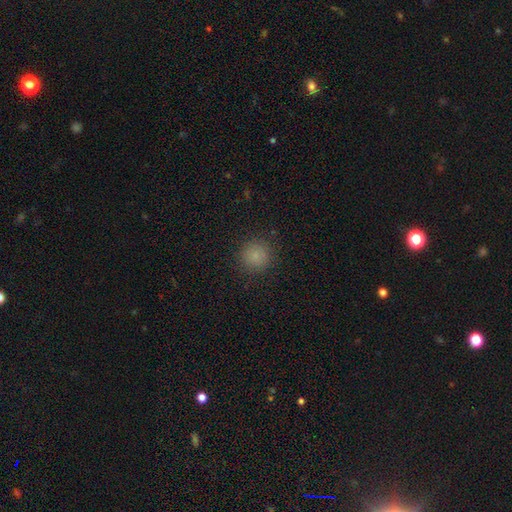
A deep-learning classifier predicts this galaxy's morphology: This appears to be a smooth galaxy with no disk features (83%) that is round (94%). Merging: none (88%).